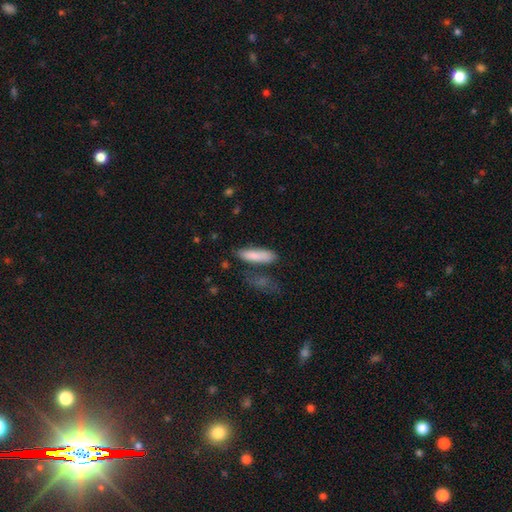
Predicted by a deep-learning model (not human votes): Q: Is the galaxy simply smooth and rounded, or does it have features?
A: smooth — 83%.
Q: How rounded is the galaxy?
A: cigar-shaped — 59%.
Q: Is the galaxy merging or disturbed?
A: none — 62%.